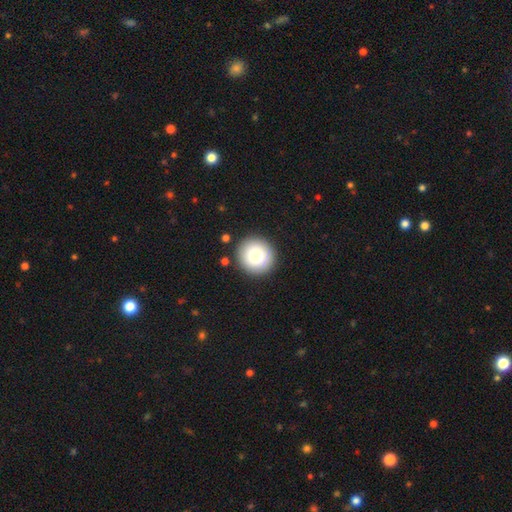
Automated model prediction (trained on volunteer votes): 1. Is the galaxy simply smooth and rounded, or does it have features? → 80% smooth, 11% featured or disk, 9% star or artifact.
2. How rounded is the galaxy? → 93% round, 6% in between, 1% cigar-shaped.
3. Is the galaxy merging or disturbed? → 89% none, 7% minor disturbance, 2% merger, 2% major disturbance.